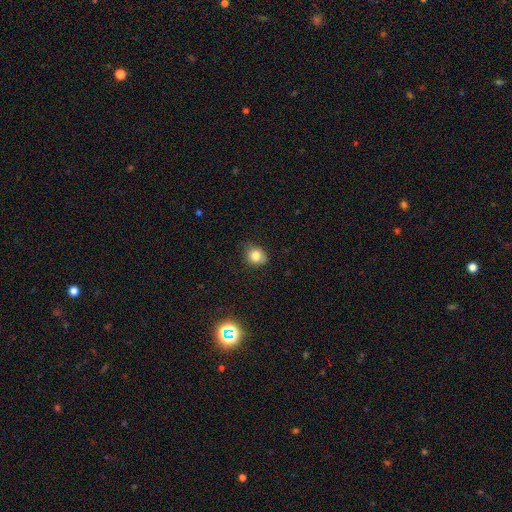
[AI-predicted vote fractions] Smooth or featured? Predicted: smooth (p=0.80). How rounded? Predicted: round (p=0.59). Merging? Predicted: none (p=0.75).